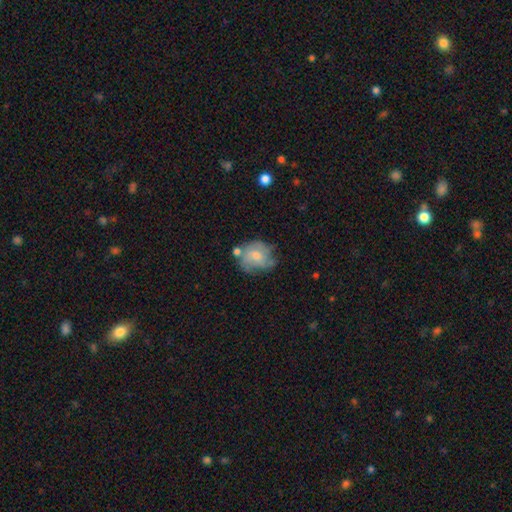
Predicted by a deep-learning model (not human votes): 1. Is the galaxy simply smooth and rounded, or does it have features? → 47% featured or disk, 45% smooth, 8% star or artifact.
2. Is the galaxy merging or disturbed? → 47% none, 28% minor disturbance, 13% major disturbance, 12% merger.